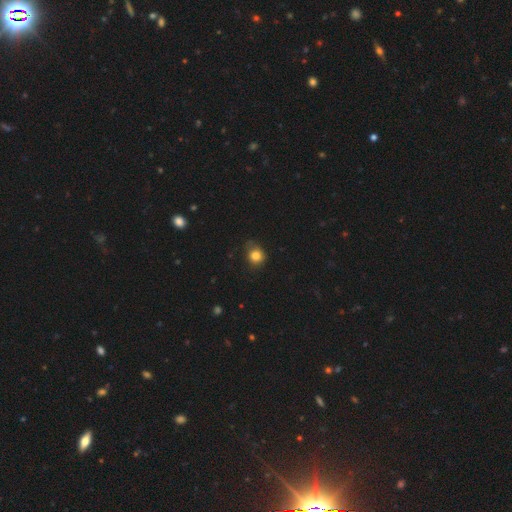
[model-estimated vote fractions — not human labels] smooth-or-featured: smooth: 82% | star or artifact: 12% | featured or disk: 7%
  how-rounded: round: 77% | in between: 22% | cigar-shaped: 1%
  merging: none: 68% | minor disturbance: 25% | major disturbance: 5% | merger: 2%